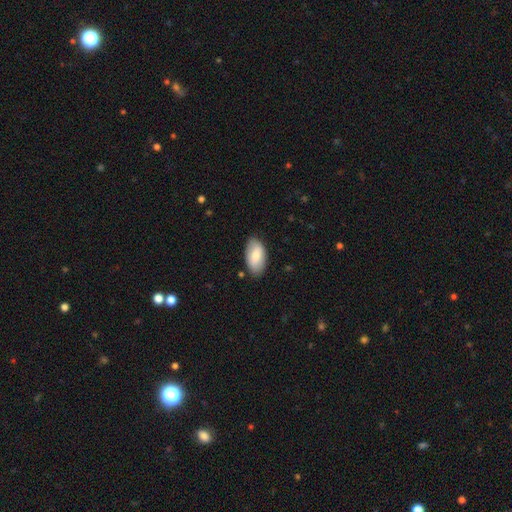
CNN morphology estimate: Smooth or featured?
  - smooth: 75% *
  - featured or disk: 20%
  - star or artifact: 6%
How rounded?
  - in between: 95% *
  - round: 3%
  - cigar-shaped: 2%
Merging?
  - none: 83% *
  - minor disturbance: 13%
  - major disturbance: 3%
  - merger: 1%